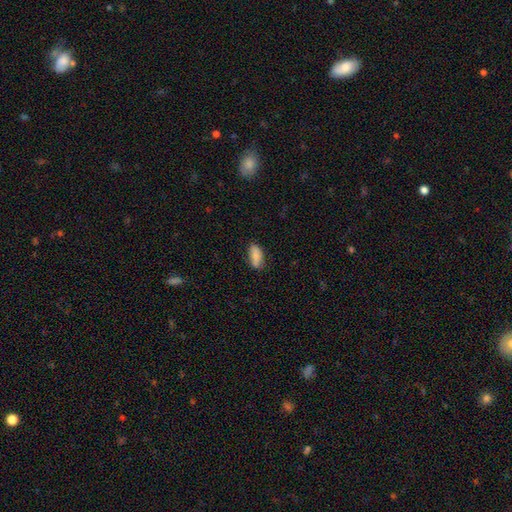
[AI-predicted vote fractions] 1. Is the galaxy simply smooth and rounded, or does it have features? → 84% smooth, 9% featured or disk, 7% star or artifact.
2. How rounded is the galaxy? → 87% in between, 10% cigar-shaped, 3% round.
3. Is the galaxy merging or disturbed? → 76% none, 19% minor disturbance, 3% major disturbance, 2% merger.